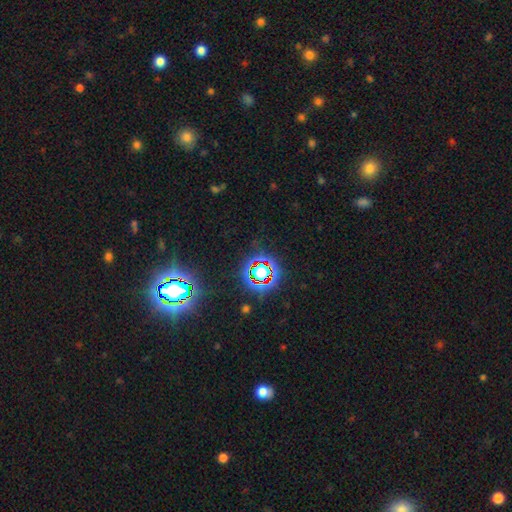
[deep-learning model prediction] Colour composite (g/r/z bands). It shows a star or artifact, not a galaxy (77%).